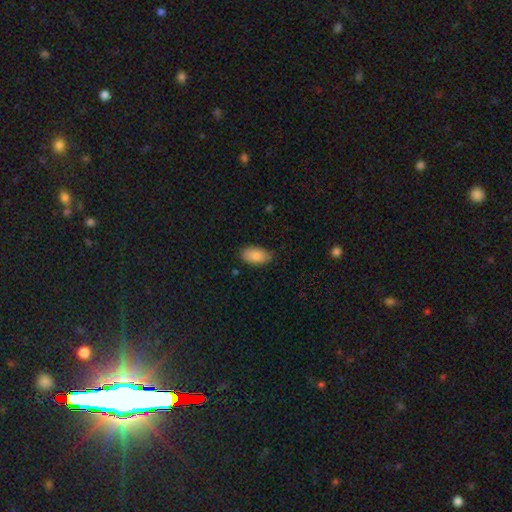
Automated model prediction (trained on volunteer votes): A smooth galaxy with no disk features (87%) that is in between round and cigar-shaped (94%).

Vote fractions:
- Smooth or featured? smooth: 87% / featured or disk: 7% / star or artifact: 6%
- How rounded? in between: 94% / round: 4% / cigar-shaped: 2%
- Merging? none: 78% / minor disturbance: 18% / major disturbance: 3% / merger: 1%